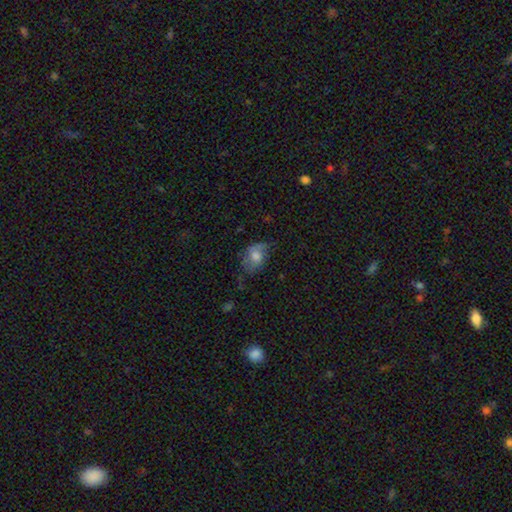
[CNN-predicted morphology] type=smooth (62%); roundness=in between (72%); merging=none (46%).